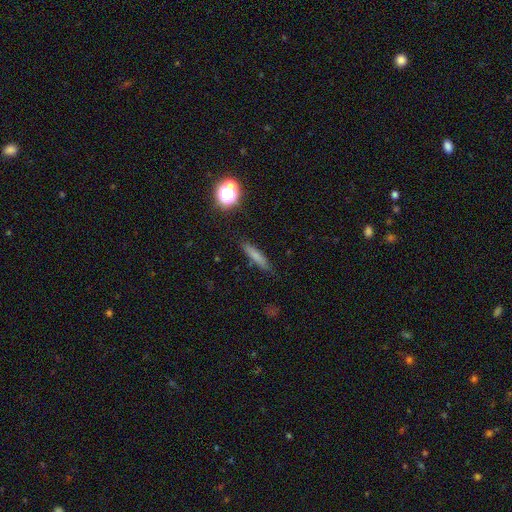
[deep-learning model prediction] smooth 70%, featured or disk 18%, star or artifact 12%. Down the decision tree: how rounded — cigar-shaped (85%); merging — none (83%).